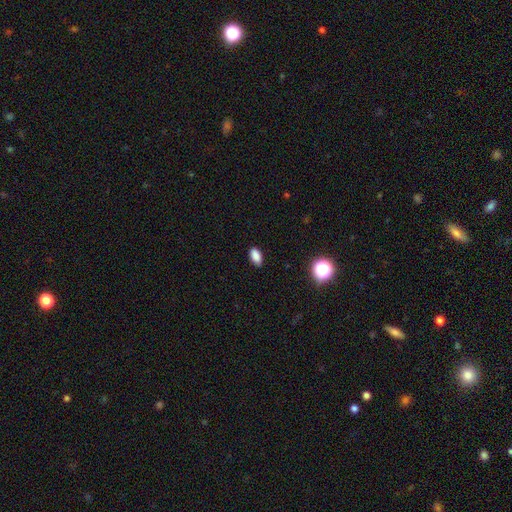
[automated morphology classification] Smooth or featured?
  - smooth: 85% *
  - star or artifact: 11%
  - featured or disk: 4%
How rounded?
  - in between: 90% *
  - round: 6%
  - cigar-shaped: 4%
Merging?
  - none: 87% *
  - minor disturbance: 10%
  - major disturbance: 2%
  - merger: 1%